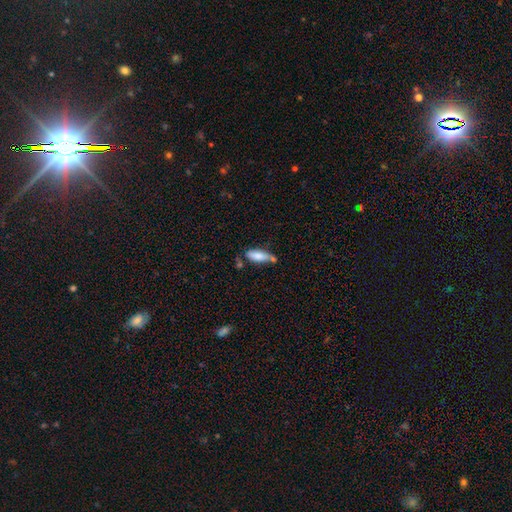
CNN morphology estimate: A smooth galaxy with no disk features (76%) that is in between round and cigar-shaped (66%). Merging: none (54%).